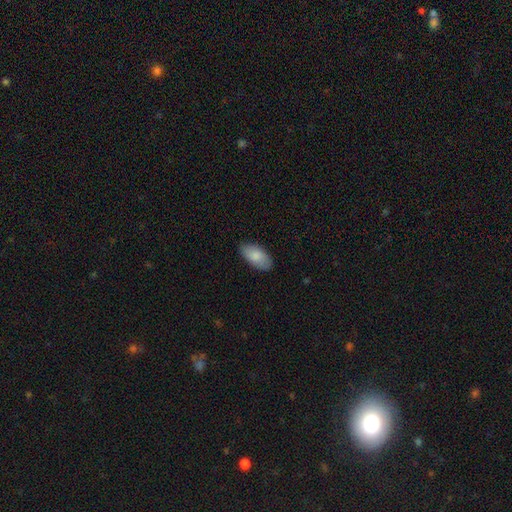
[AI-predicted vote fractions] Q: Smooth or featured?
A: smooth (85%); runner-up: featured or disk (10%)
Q: How rounded?
A: in between (94%); runner-up: cigar-shaped (3%)
Q: Merging?
A: none (83%); runner-up: minor disturbance (13%)